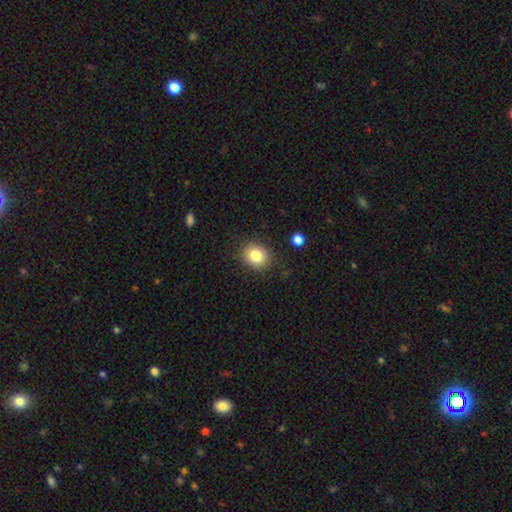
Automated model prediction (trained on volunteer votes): Q: Smooth or featured?
A: smooth (82%); runner-up: star or artifact (10%)
Q: How rounded?
A: round (64%); runner-up: in between (35%)
Q: Merging?
A: none (86%); runner-up: minor disturbance (9%)